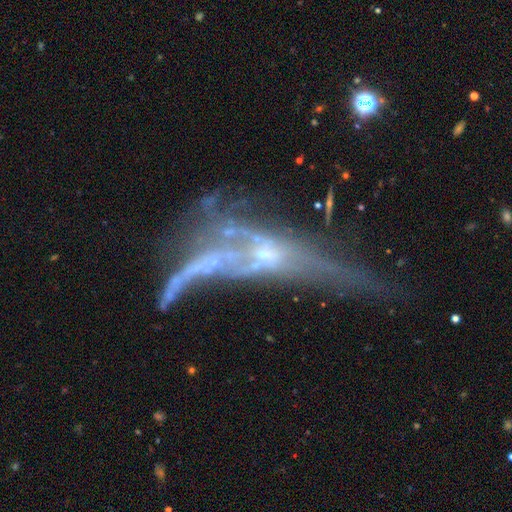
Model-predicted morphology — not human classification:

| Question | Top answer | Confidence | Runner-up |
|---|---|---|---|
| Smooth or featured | featured or disk | 71% | star or artifact (15%) |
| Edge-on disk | no | 52% | yes (48%) |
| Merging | merger | 46% | major disturbance (25%) |